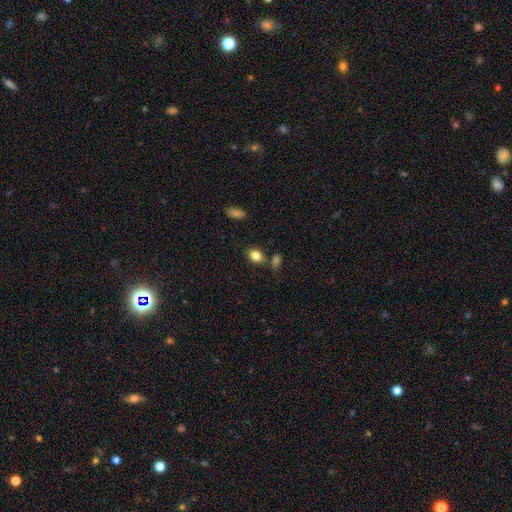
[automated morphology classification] This appears to be a smooth galaxy with no disk features (83%) that is in between round and cigar-shaped (75%). Merging: none (71%).